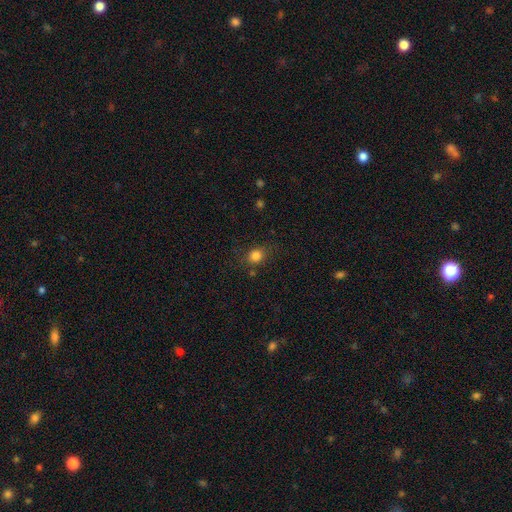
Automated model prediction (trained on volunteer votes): Smooth or featured? smooth (82%)
How rounded? round (71%)
Merging? none (80%)